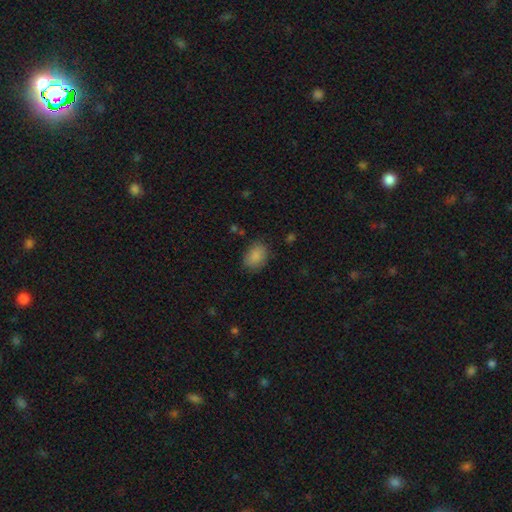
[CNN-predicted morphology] Smooth or featured? Predicted: smooth (p=0.87). How rounded? Predicted: in between (p=0.75). Merging? Predicted: none (p=0.81).